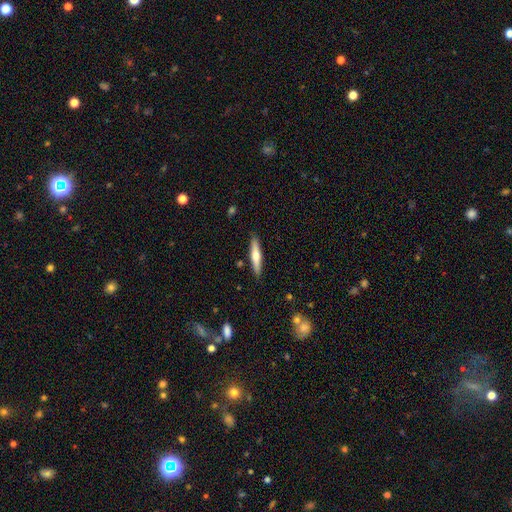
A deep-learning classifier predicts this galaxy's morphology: A smooth galaxy with no disk features (53%) that is cigar-shaped (87%). Merging: none (88%).